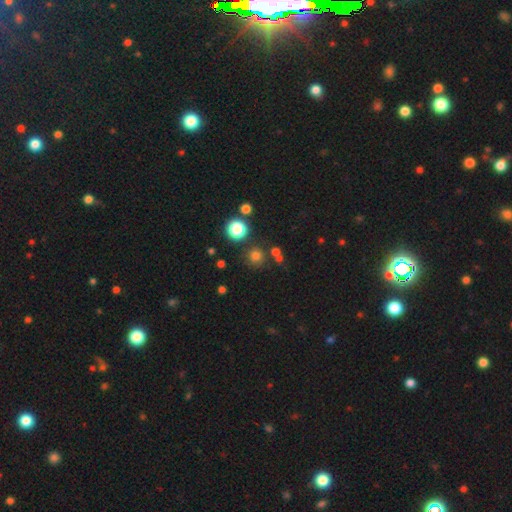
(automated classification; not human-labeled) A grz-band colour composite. It shows a smooth galaxy with no disk features (71%) that is round (93%). Merging: none (80%).